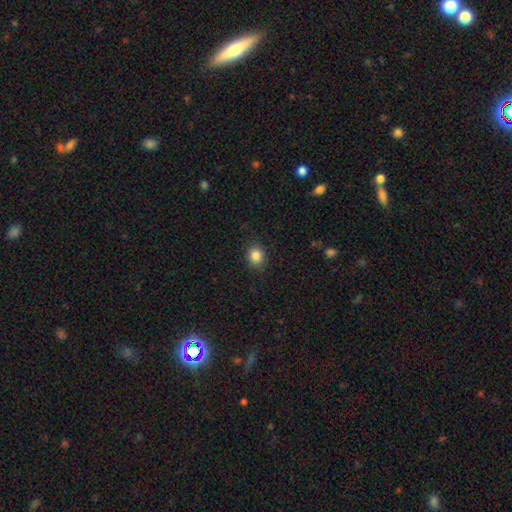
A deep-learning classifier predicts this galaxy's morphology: This appears to be a smooth galaxy with no disk features (85%) that is round (72%). Merging: none (87%).